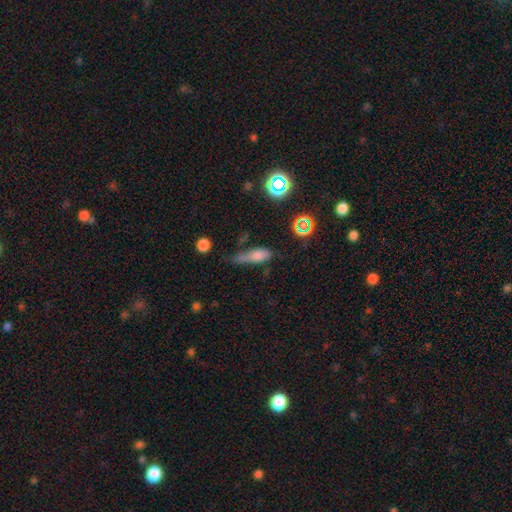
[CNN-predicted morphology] Smooth or featured?
  - smooth: 68% *
  - featured or disk: 17%
  - star or artifact: 15%
How rounded?
  - in between: 57% *
  - cigar-shaped: 36%
  - round: 7%
Merging?
  - minor disturbance: 36% *
  - none: 30%
  - major disturbance: 25%
  - merger: 8%